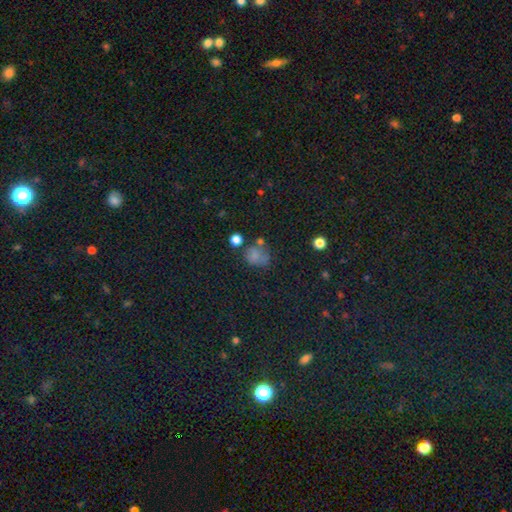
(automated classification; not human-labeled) Smooth or featured?
  - smooth: 68% *
  - star or artifact: 19%
  - featured or disk: 13%
How rounded?
  - round: 63% *
  - in between: 36%
  - cigar-shaped: 1%
Merging?
  - none: 46% *
  - minor disturbance: 24%
  - major disturbance: 17%
  - merger: 13%